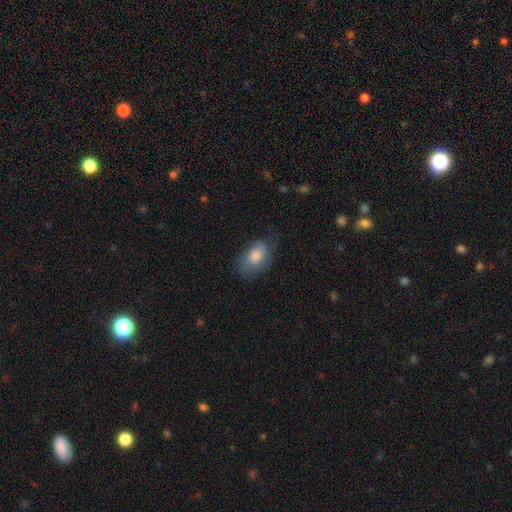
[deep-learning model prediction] Smooth or featured? smooth (59%)
How rounded? in between (87%)
Merging? none (58%)